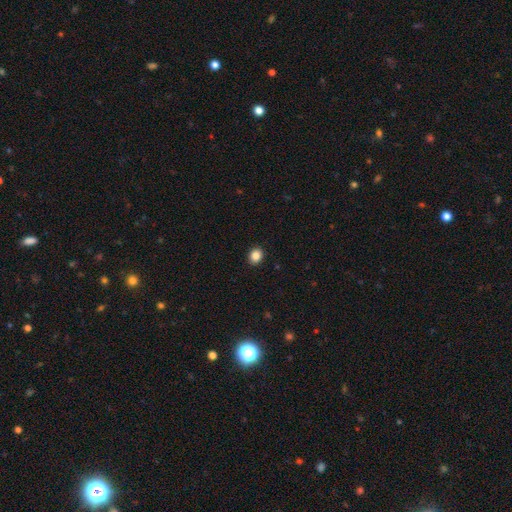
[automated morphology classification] Smooth or featured? smooth (86%)
How rounded? round (54%)
Merging? none (91%)